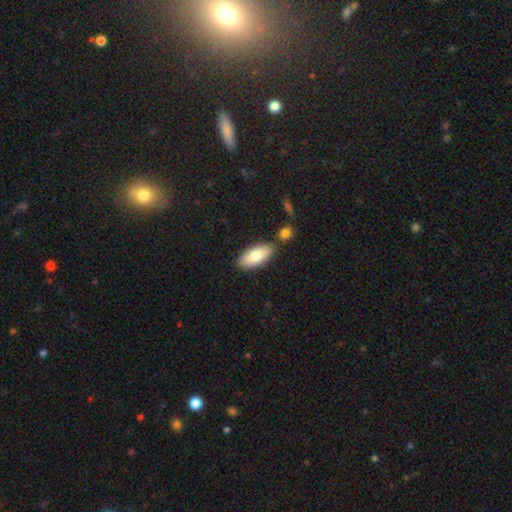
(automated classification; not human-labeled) The model was most divided on "smooth or featured": smooth: 79%, featured or disk: 15%, star or artifact: 6%. More confident: how rounded — in between (88%); merging — none (76%).